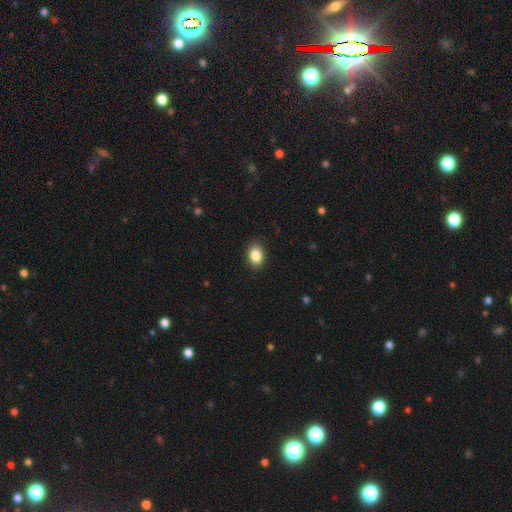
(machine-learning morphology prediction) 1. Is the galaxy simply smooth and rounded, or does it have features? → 86% smooth, 9% star or artifact, 5% featured or disk.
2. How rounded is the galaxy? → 67% in between, 32% round, 1% cigar-shaped.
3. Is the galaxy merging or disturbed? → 90% none, 7% minor disturbance, 2% major disturbance, 1% merger.